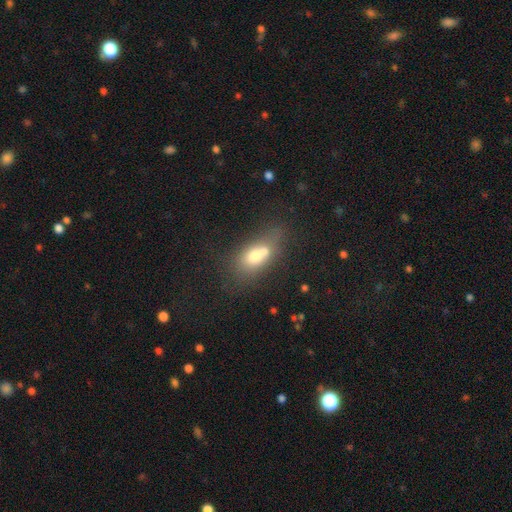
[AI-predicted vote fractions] The model was most divided on "merging": merger: 52%, none: 30%, minor disturbance: 11%, major disturbance: 6%. More confident: how rounded — in between (71%); smooth or featured — smooth (65%).